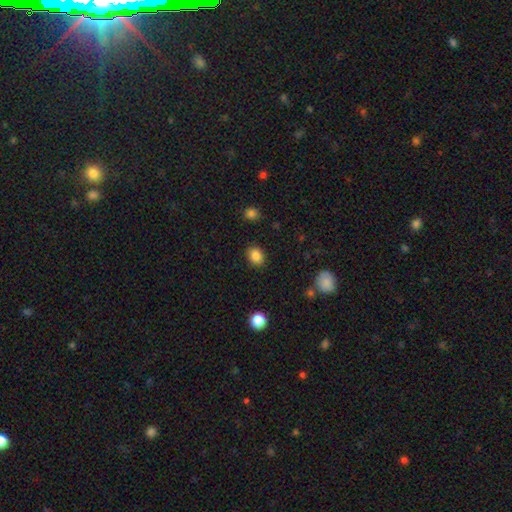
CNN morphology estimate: A smooth galaxy with no disk features (86%) that is in between round and cigar-shaped (51%).

Vote fractions:
- Smooth or featured? smooth: 86% / star or artifact: 10% / featured or disk: 5%
- How rounded? in between: 51% / round: 48% / cigar-shaped: 1%
- Merging? none: 87% / minor disturbance: 9% / major disturbance: 3% / merger: 2%